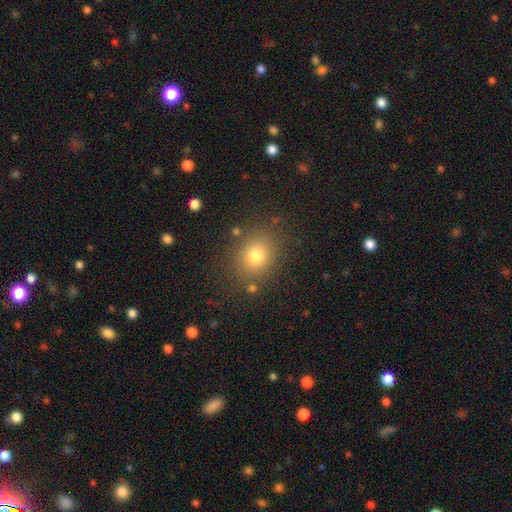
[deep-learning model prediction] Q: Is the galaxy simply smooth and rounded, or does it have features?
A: smooth — 75%.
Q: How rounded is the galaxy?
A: round — 66%.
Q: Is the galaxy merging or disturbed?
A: none — 83%.